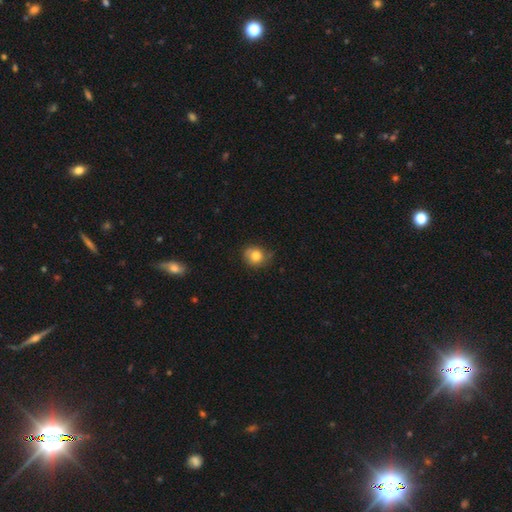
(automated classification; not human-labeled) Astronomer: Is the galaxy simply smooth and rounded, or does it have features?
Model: smooth — 80%.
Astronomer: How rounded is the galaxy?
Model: round — 76%.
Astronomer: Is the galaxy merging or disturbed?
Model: none — 67%.